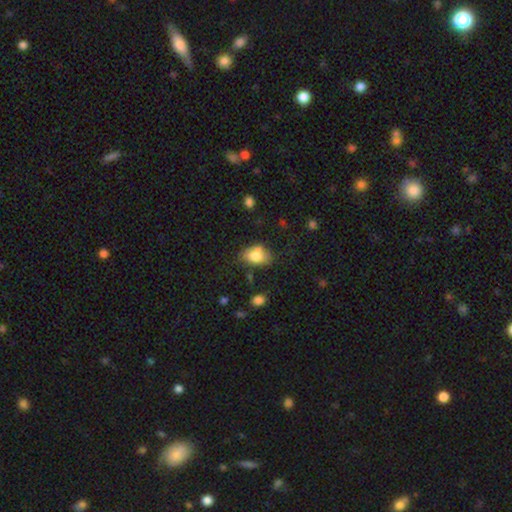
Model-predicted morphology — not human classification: Q: Smooth or featured?
A: smooth (78%); runner-up: featured or disk (13%)
Q: How rounded?
A: in between (80%); runner-up: round (18%)
Q: Merging?
A: none (54%); runner-up: minor disturbance (24%)